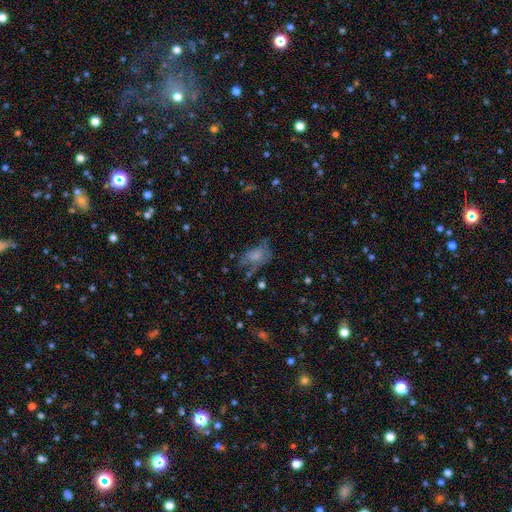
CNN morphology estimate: This appears to be a smooth galaxy with no disk features (58%) that is in between round and cigar-shaped (86%). Merging: none (36%).